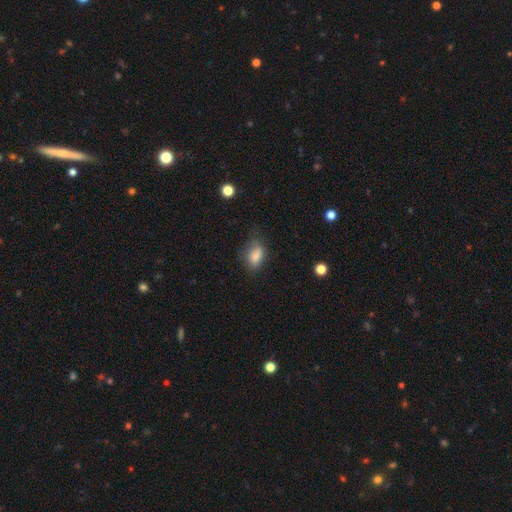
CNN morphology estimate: Smooth or featured? smooth (81%)
How rounded? in between (84%)
Merging? none (52%)